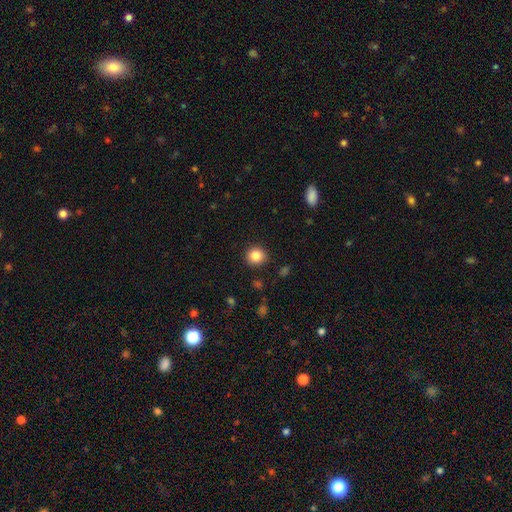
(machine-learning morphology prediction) This is clearly a smooth galaxy (85%). How rounded: clearly round (89%). Merging: clearly none (90%).